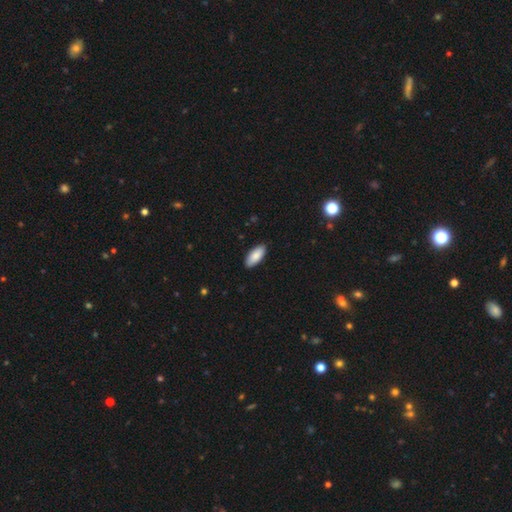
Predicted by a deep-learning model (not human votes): Overall: smooth (87%). How rounded: in between (85%). Merging: none (89%).